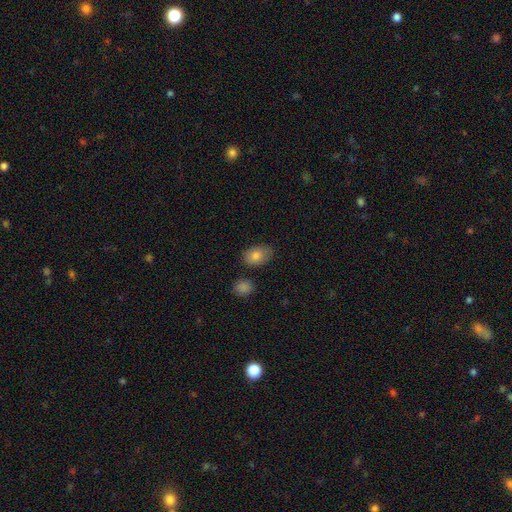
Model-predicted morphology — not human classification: Overall: smooth (82%). How rounded: in between (84%). Merging: none (76%).